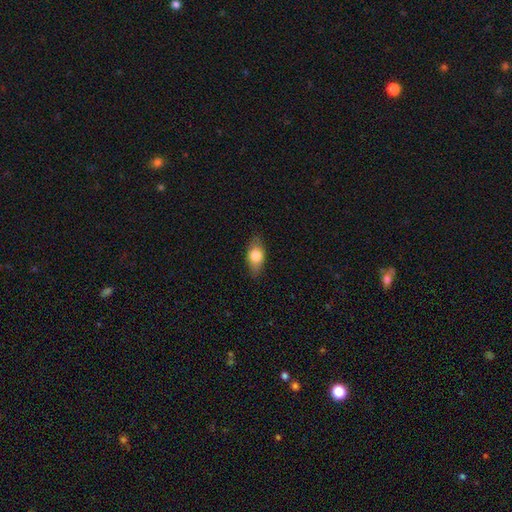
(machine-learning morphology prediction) This appears to be a smooth galaxy with no disk features (72%) that is in between round and cigar-shaped (81%). Merging: none (78%).